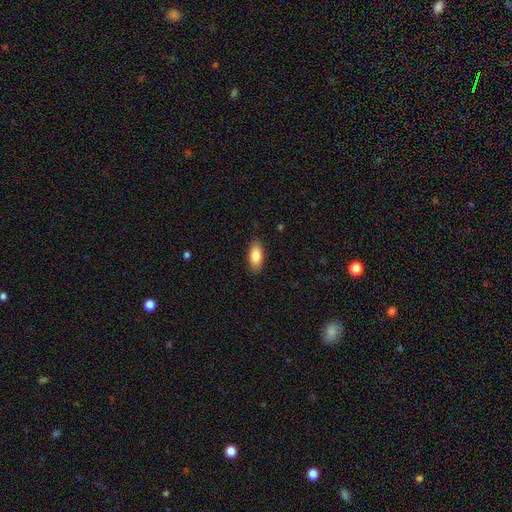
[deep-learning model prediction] smooth 84%, featured or disk 10%, star or artifact 6%. Down the decision tree: how rounded — in between (87%); merging — none (87%).